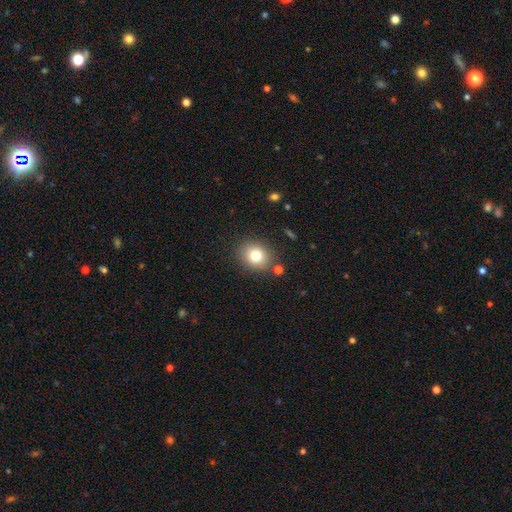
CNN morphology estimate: A smooth galaxy with no disk features (77%) that is round (68%). Merging: none (83%).